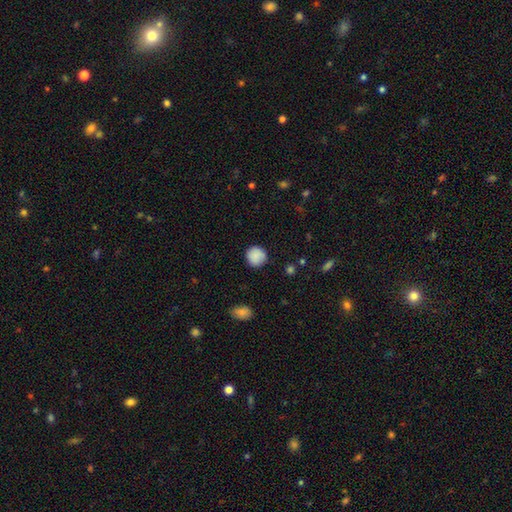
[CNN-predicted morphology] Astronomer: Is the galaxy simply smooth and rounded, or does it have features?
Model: smooth — 88%.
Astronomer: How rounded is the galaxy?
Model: round — 93%.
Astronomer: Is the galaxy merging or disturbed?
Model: none — 88%.